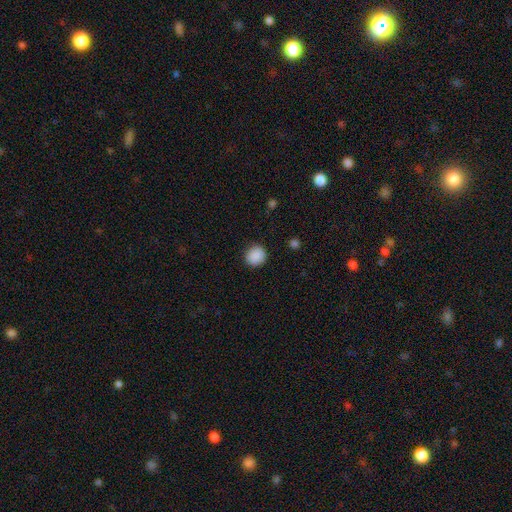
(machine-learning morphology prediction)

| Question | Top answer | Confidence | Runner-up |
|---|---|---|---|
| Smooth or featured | smooth | 89% | star or artifact (9%) |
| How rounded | round | 88% | in between (11%) |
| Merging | none | 89% | minor disturbance (8%) |